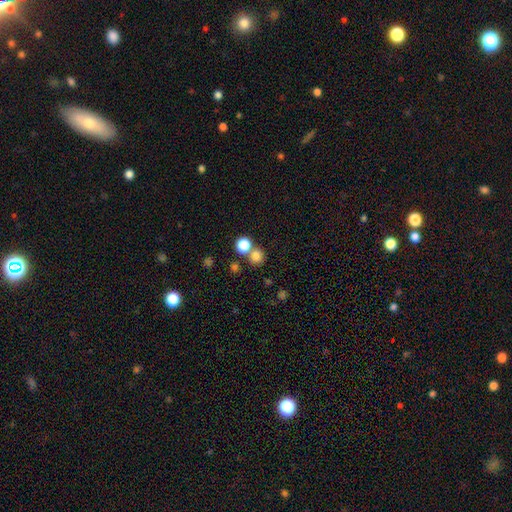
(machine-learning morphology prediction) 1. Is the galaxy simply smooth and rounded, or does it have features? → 79% smooth, 15% star or artifact, 6% featured or disk.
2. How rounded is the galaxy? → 87% round, 12% in between, 1% cigar-shaped.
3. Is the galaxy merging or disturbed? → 59% none, 31% merger, 7% minor disturbance, 3% major disturbance.